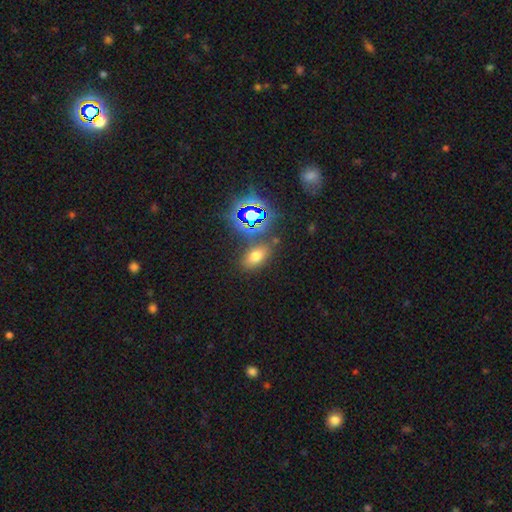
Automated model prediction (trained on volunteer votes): Smooth or featured? smooth (59%)
How rounded? in between (82%)
Merging? none (77%)